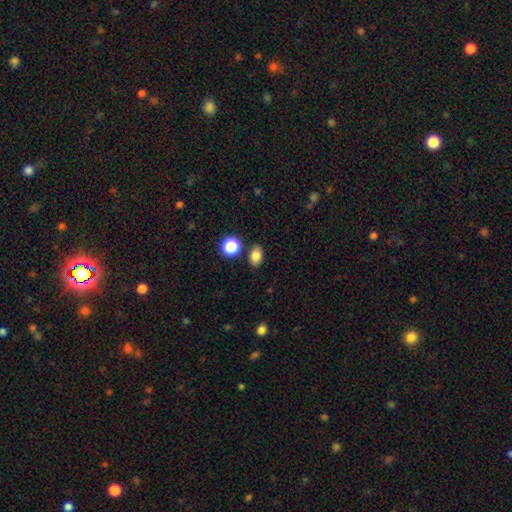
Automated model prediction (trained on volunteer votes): smooth_or_featured: smooth (p=0.82) [alt: star or artifact p=0.12]
how_rounded: in between (p=0.75) [alt: round p=0.24]
merging: none (p=0.82) [alt: minor disturbance p=0.10]